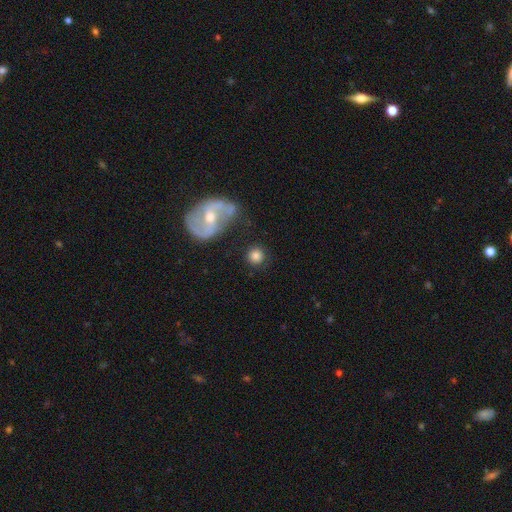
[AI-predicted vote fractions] A smooth galaxy with no disk features (75%) that is round (92%). Merging: none (82%).